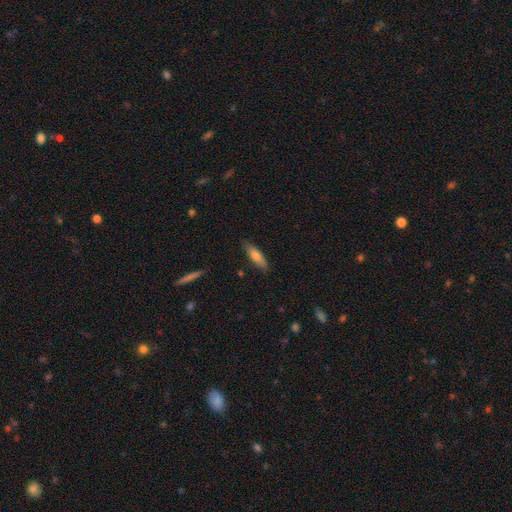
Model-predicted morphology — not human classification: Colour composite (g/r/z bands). It shows a smooth galaxy with no disk features (73%) that is cigar-shaped (64%). Merging: none (82%).